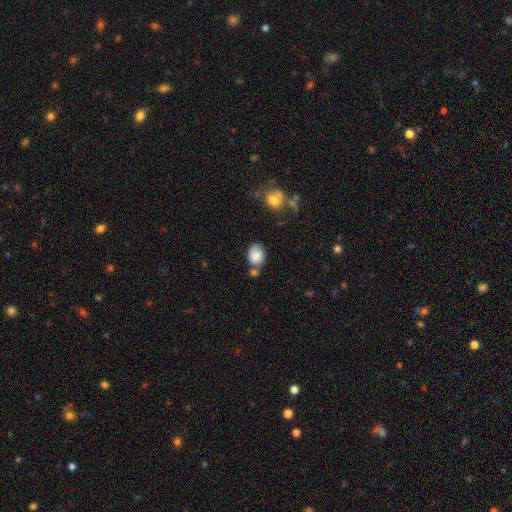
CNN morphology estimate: This is clearly a smooth galaxy (81%). How rounded: likely in between (67%). Merging: possibly none (53%).